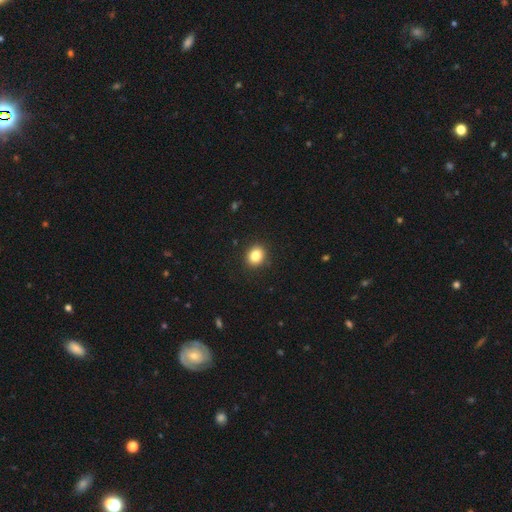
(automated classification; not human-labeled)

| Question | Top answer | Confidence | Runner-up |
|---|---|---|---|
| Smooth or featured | smooth | 84% | star or artifact (10%) |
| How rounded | round | 66% | in between (33%) |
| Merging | none | 91% | minor disturbance (7%) |